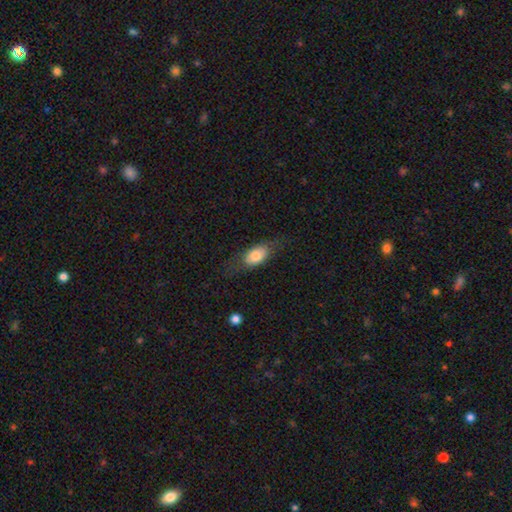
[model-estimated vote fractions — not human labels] Morphology: type=smooth (69%); roundness=in between (82%); merging=none (65%).